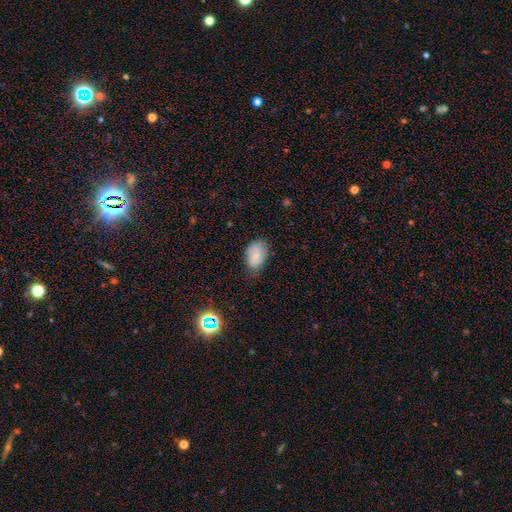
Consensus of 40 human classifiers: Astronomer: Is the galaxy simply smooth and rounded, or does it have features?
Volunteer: smooth — 68%.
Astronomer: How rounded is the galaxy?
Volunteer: in between — 89%.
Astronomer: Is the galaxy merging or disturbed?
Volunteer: none — 50% (runner-up: minor disturbance, 42%).